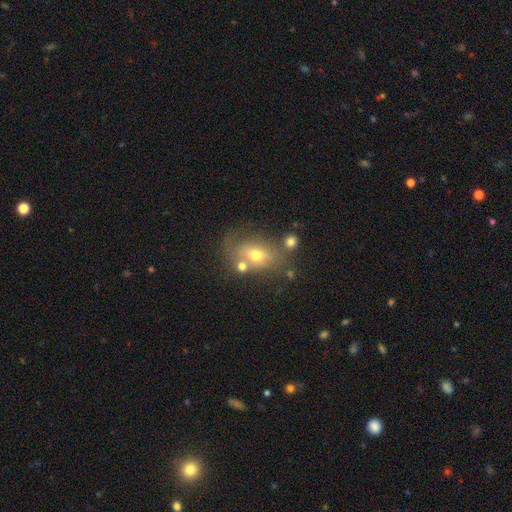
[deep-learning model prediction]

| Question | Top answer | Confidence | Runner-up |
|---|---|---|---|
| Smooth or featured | smooth | 60% | featured or disk (27%) |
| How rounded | in between | 69% | round (29%) |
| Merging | none | 51% | merger (20%) |